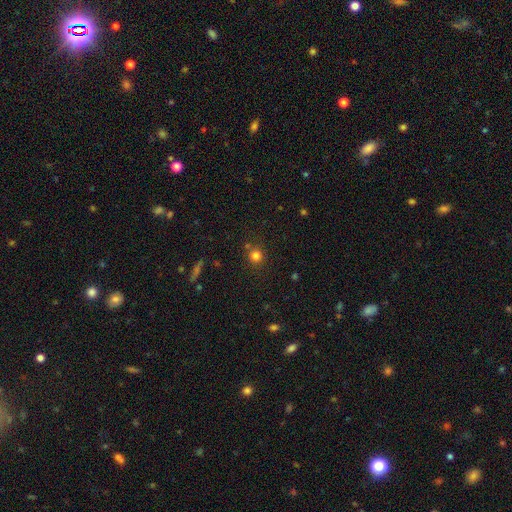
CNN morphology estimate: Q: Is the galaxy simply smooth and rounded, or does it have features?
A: smooth — 79%.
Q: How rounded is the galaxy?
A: round — 90%.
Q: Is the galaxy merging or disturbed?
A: none — 79%.